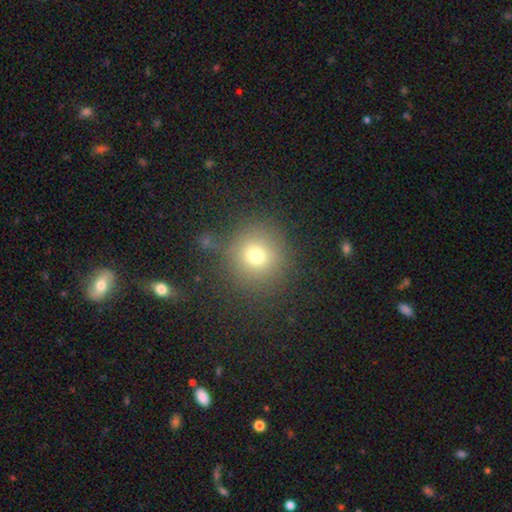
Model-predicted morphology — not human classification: Smooth or featured? Predicted: smooth (p=0.72). How rounded? Predicted: round (p=0.91). Merging? Predicted: none (p=0.79).